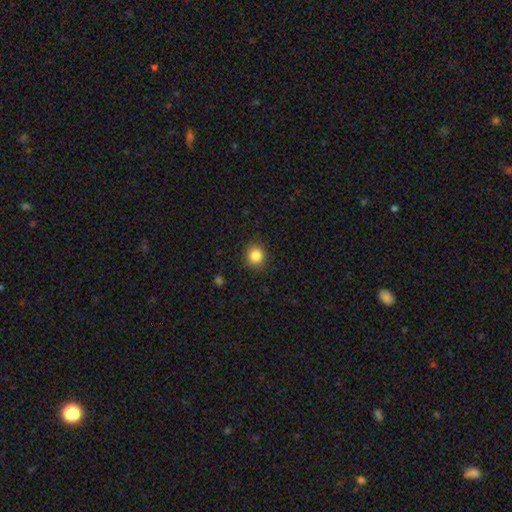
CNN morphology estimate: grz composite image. It shows a smooth galaxy with no disk features (85%) that is round (86%). Merging: none (89%).